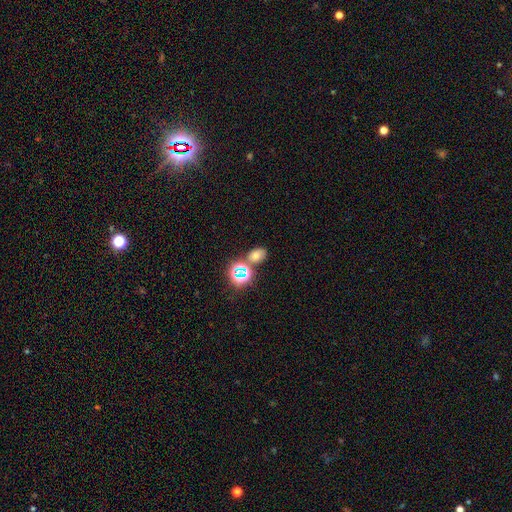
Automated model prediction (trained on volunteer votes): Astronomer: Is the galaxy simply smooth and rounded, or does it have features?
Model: smooth — 61%.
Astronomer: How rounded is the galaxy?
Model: in between — 74%.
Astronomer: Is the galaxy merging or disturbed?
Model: none — 69%.